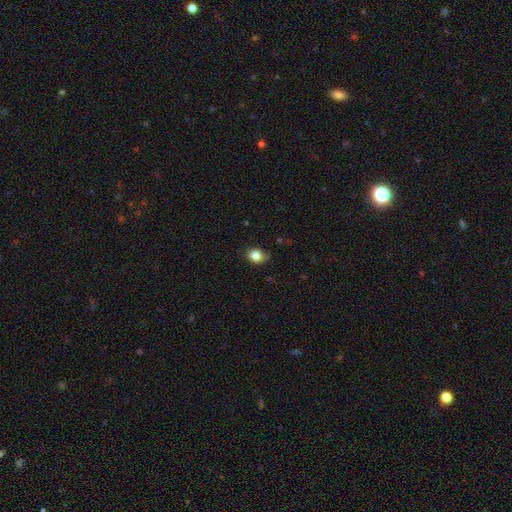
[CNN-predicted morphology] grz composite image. It shows a smooth galaxy with no disk features (84%) that is in between round and cigar-shaped (50%). Merging: none (71%).